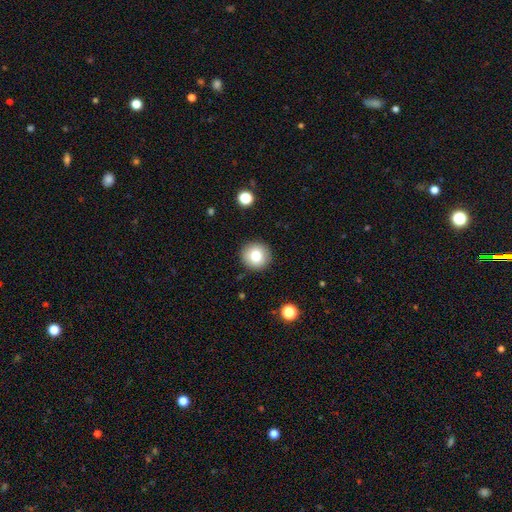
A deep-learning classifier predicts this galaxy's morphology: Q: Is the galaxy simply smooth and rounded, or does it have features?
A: smooth — 78%.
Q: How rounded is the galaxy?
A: round — 94%.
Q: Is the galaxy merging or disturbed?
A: none — 91%.